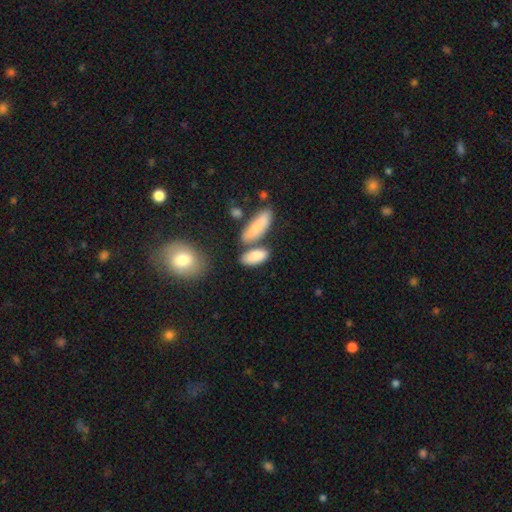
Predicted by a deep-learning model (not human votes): A smooth galaxy with no disk features (83%) that is in between round and cigar-shaped (83%). Merging: none (60%).